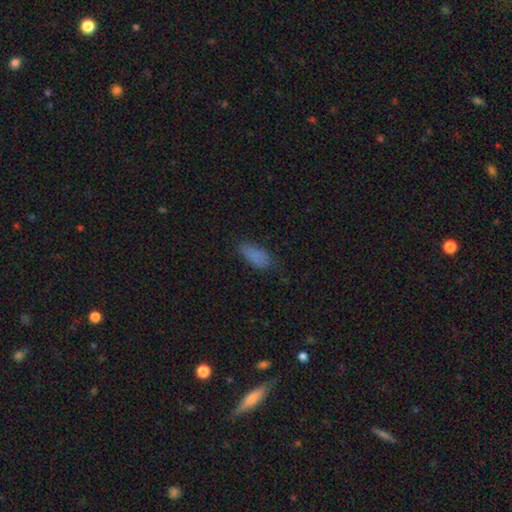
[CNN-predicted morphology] A smooth galaxy with no disk features (83%) that is in between round and cigar-shaped (81%). Merging: none (71%).